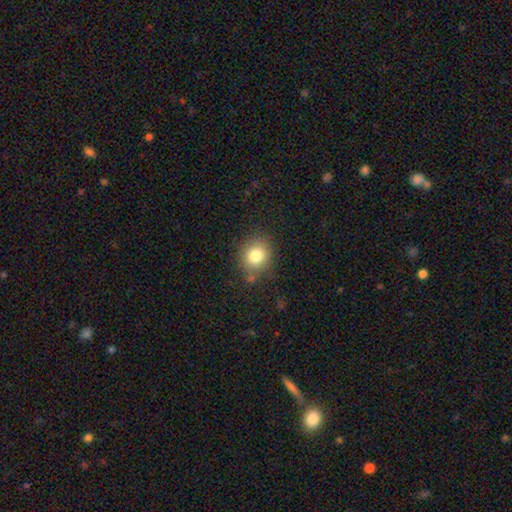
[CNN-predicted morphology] A smooth galaxy with no disk features (80%) that is round (76%). Merging: none (81%).